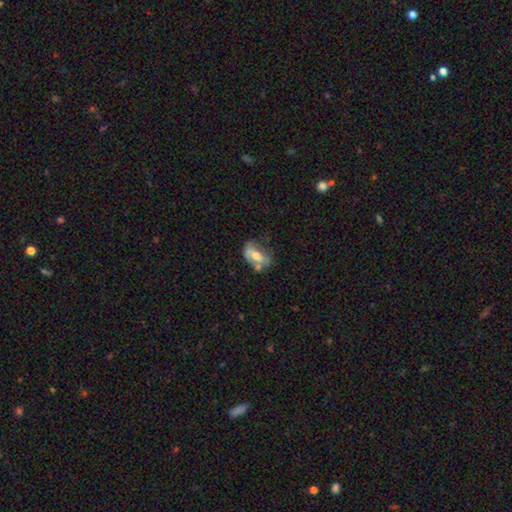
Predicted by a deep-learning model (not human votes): smooth_or_featured: featured or disk (p=0.51) [alt: smooth p=0.41]
disk_edge_on: no (p=0.87) [alt: yes p=0.13]
merging: none (p=0.42) [alt: minor disturbance p=0.26]